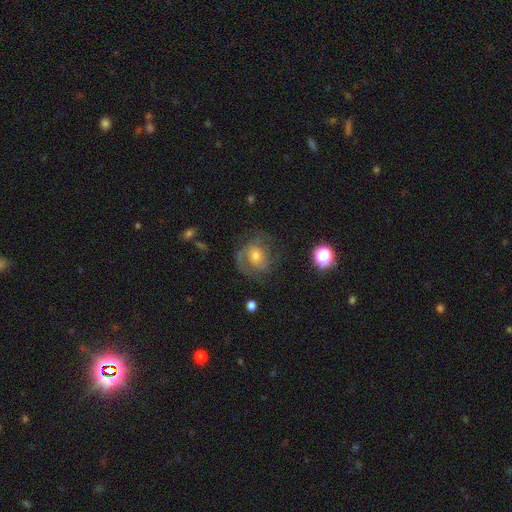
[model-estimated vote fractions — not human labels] Smooth or featured: featured or disk — 68% (smooth — 22%)
Edge-on disk: no — 98% (yes — 2%)
Bar: no — 66% (weak — 29%)
Spiral arms: yes — 88% (no — 12%)
Spiral winding: medium — 43% (tied with tight — 43%)
Spiral arm count: 2 — 45% (can't tell — 25%)
Bulge size: moderate — 56% (small — 31%)
Merging: none — 64% (minor disturbance — 18%)